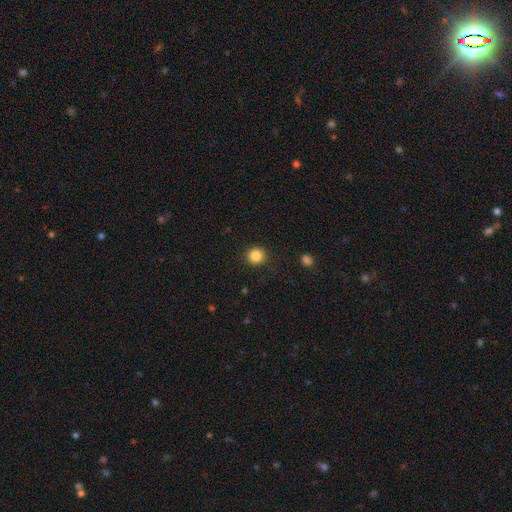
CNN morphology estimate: This is clearly a smooth galaxy (85%). How rounded: clearly round (91%). Merging: clearly none (90%).